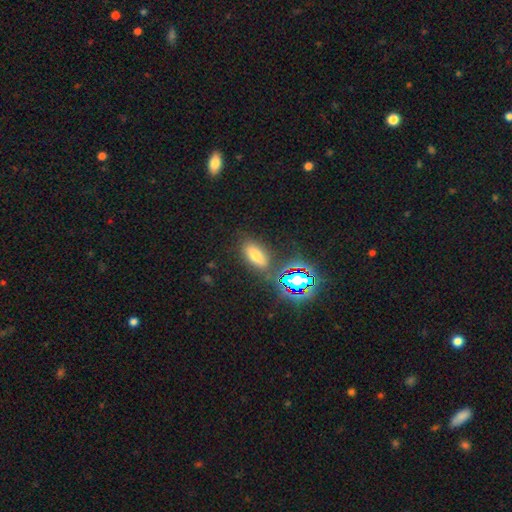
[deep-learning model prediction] This appears to be a smooth galaxy with no disk features (59%) that is in between round and cigar-shaped (79%). Merging: none (80%).